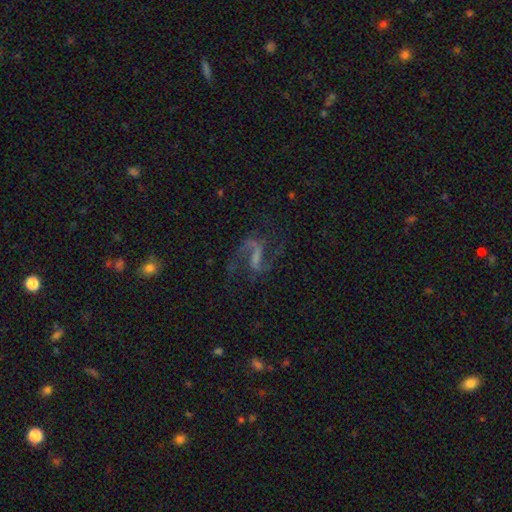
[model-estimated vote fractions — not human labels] Smooth or featured: featured or disk — 85% (star or artifact — 9%)
Edge-on disk: no — 97% (yes — 3%)
Bar: strong — 46% (weak — 40%)
Spiral arms: yes — 96% (no — 4%)
Spiral winding: loose — 58% (medium — 36%)
Spiral arm count: 2 — 92% (1 — 3%)
Bulge size: none — 55% (small — 25%)
Merging: none — 70% (major disturbance — 14%)